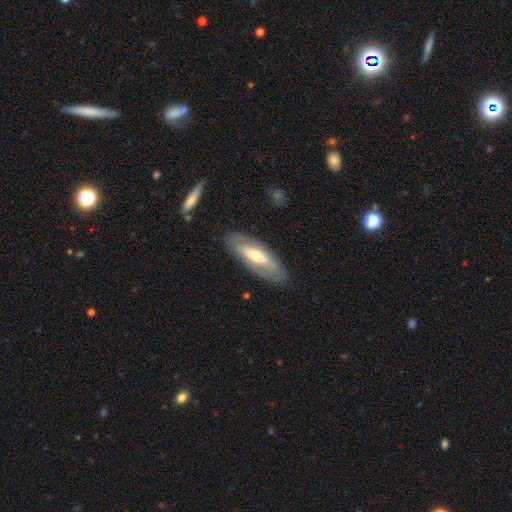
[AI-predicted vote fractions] Smooth or featured? Predicted: featured or disk (p=0.55). Edge-on disk? Predicted: no (p=0.69). Merging? Predicted: none (p=0.83).